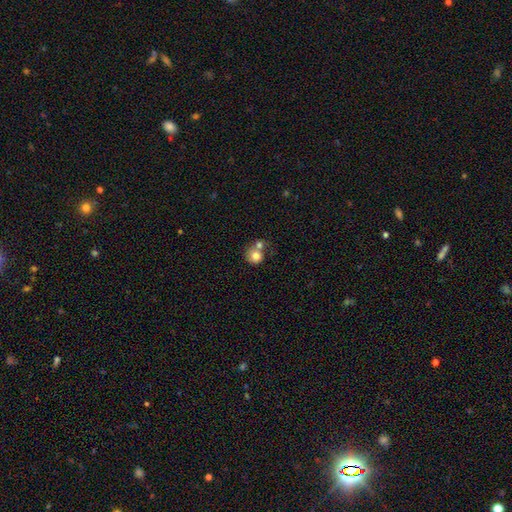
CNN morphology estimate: smooth_or_featured: smooth (p=0.78) [alt: featured or disk p=0.13]
how_rounded: round (p=0.84) [alt: in between p=0.15]
merging: merger (p=0.48) [alt: none p=0.38]